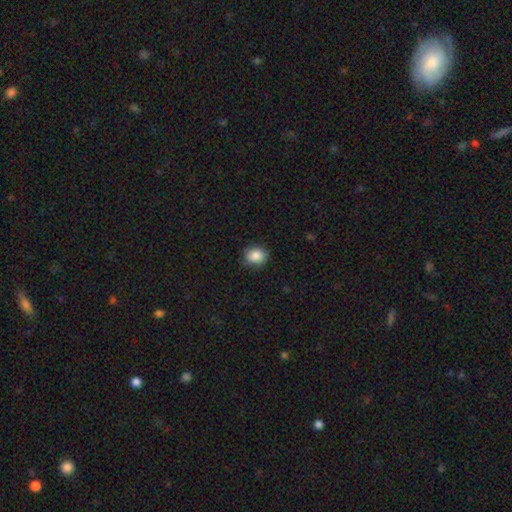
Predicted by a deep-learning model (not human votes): Smooth or featured? smooth (86%)
How rounded? round (55%)
Merging? none (80%)